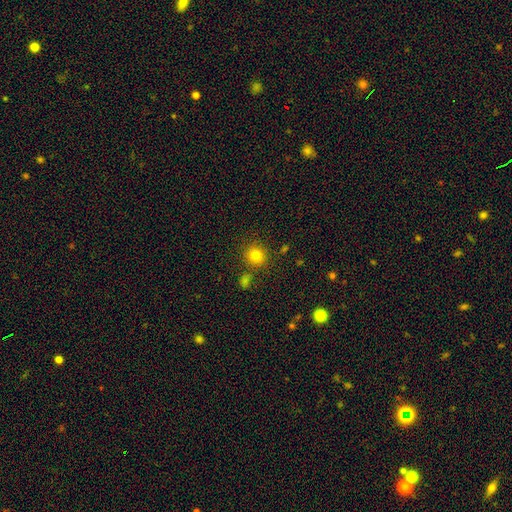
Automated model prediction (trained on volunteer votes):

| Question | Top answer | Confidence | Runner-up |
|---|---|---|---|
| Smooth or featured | smooth | 81% | star or artifact (13%) |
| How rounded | round | 92% | in between (7%) |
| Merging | none | 83% | minor disturbance (8%) |